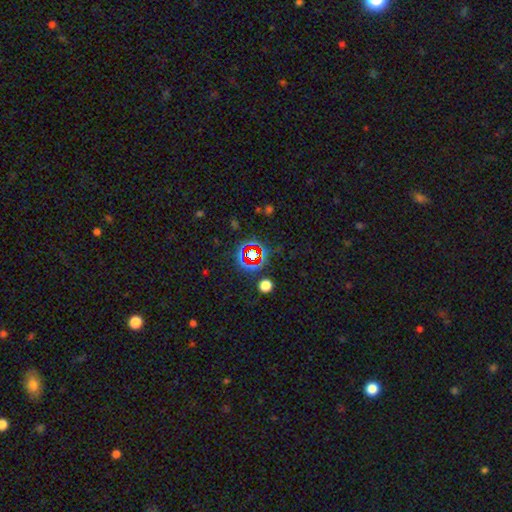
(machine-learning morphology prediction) This is likely a star or artifact rather than a galaxy (68%).